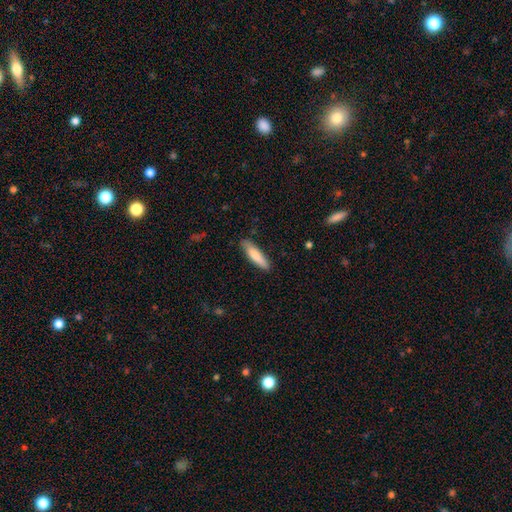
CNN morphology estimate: Smooth or featured? smooth (79%)
How rounded? cigar-shaped (74%)
Merging? none (86%)